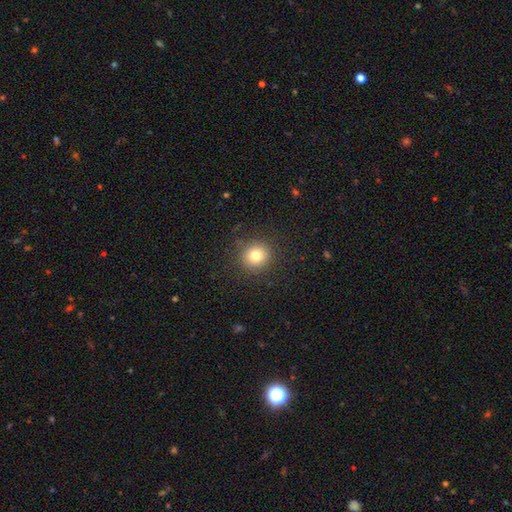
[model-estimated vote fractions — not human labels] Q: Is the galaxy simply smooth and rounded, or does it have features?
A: smooth — 78%.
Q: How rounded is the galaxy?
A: round — 88%.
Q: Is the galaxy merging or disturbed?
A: none — 89%.